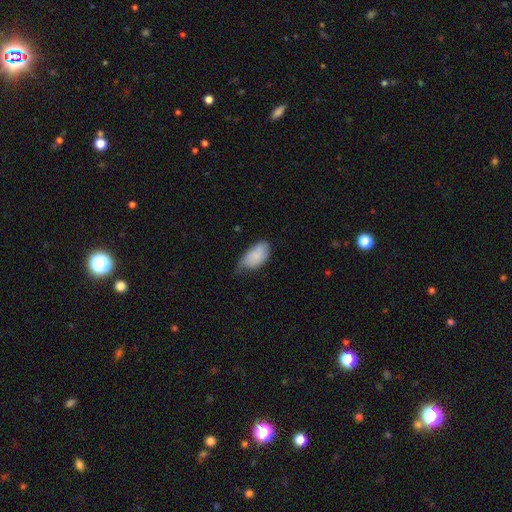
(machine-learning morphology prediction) smooth-or-featured: smooth: 79% | featured or disk: 14% | star or artifact: 6%
  how-rounded: in between: 94% | round: 4% | cigar-shaped: 2%
  merging: minor disturbance: 51% | none: 31% | major disturbance: 16% | merger: 2%